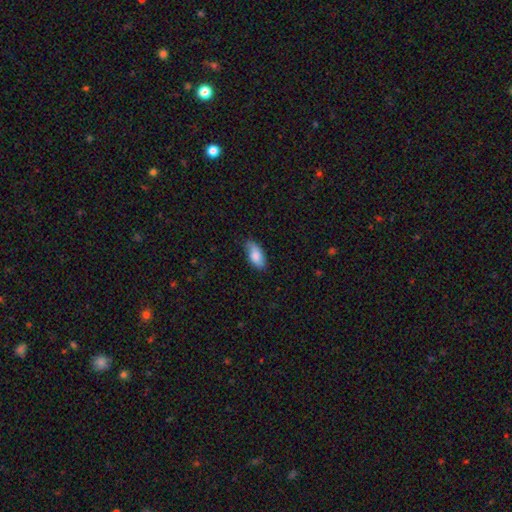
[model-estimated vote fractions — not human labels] This appears to be a smooth galaxy with no disk features (80%) that is in between round and cigar-shaped (89%). Merging: none (74%).